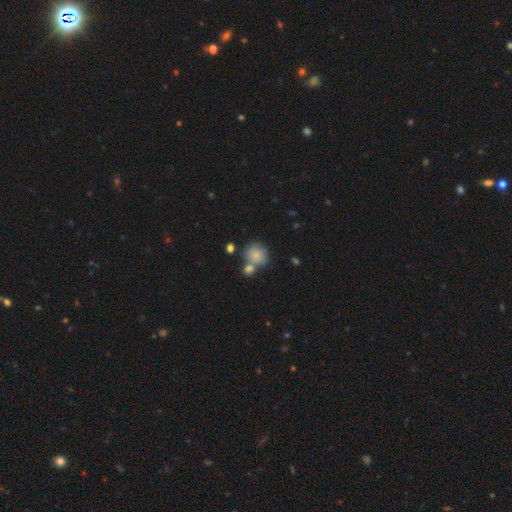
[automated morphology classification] A smooth galaxy with no disk features (75%) that is round (82%).

Vote fractions:
- Smooth or featured? smooth: 75% / featured or disk: 17% / star or artifact: 9%
- How rounded? round: 82% / in between: 17% / cigar-shaped: 1%
- Merging? none: 47% / merger: 32% / minor disturbance: 15% / major disturbance: 6%